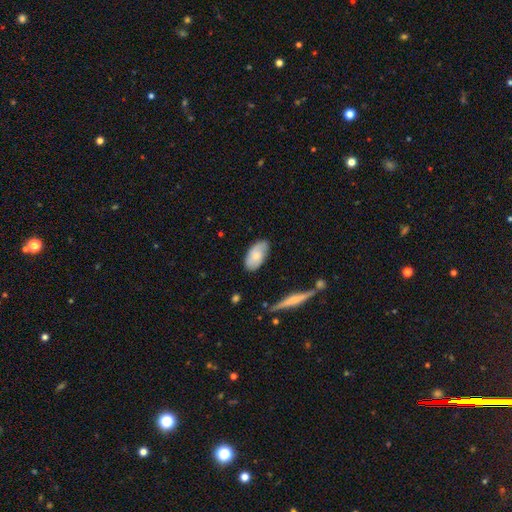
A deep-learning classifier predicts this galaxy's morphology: This appears to be a smooth galaxy with no disk features (65%) that is in between round and cigar-shaped (94%). Merging: none (75%).